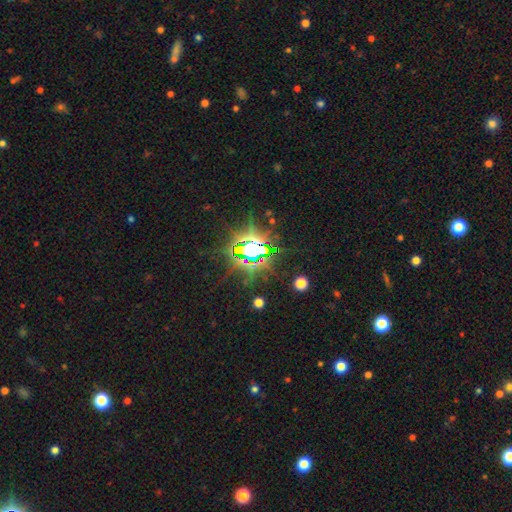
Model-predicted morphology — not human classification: A star or artifact, not a galaxy (78%).